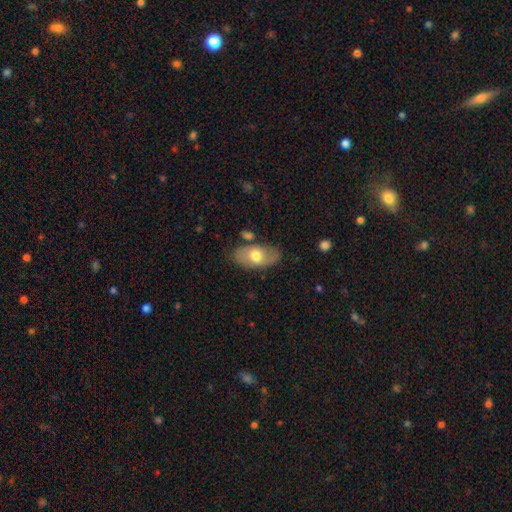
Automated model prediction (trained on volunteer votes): Smooth or featured: smooth — 60% (featured or disk — 34%)
How rounded: in between — 92% (round — 5%)
Merging: none — 72% (minor disturbance — 18%)